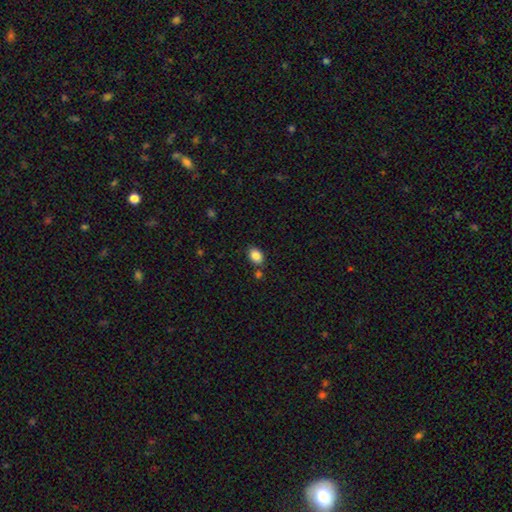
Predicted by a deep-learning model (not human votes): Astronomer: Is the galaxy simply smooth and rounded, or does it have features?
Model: smooth — 86%.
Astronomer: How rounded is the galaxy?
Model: in between — 79%.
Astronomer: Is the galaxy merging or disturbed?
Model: none — 77%.